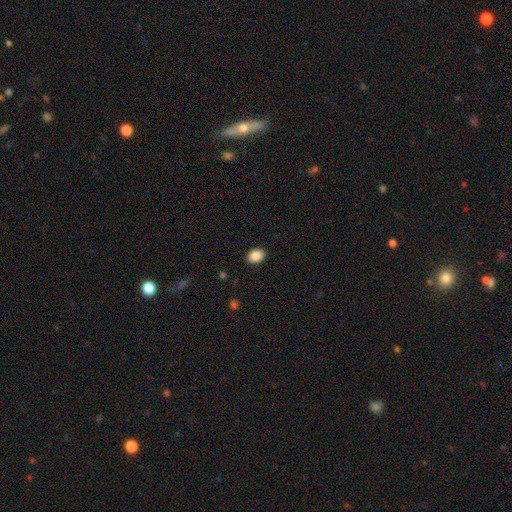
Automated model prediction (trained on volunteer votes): The model was most divided on "how rounded": in between: 67%, round: 32%, cigar-shaped: 1%. More confident: merging — none (90%); smooth or featured — smooth (88%).